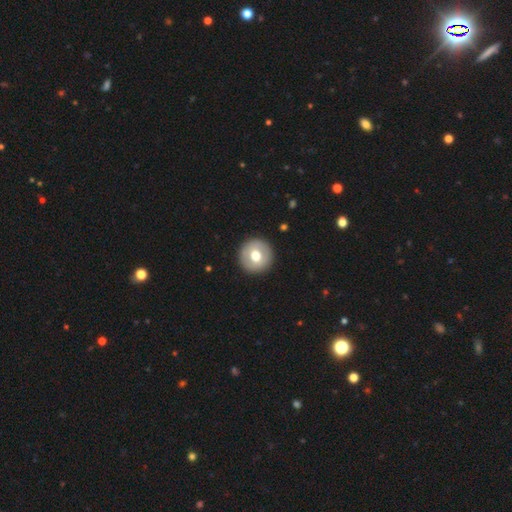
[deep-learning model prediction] This appears to be a smooth galaxy with no disk features (65%) that is round (96%). Merging: none (92%).